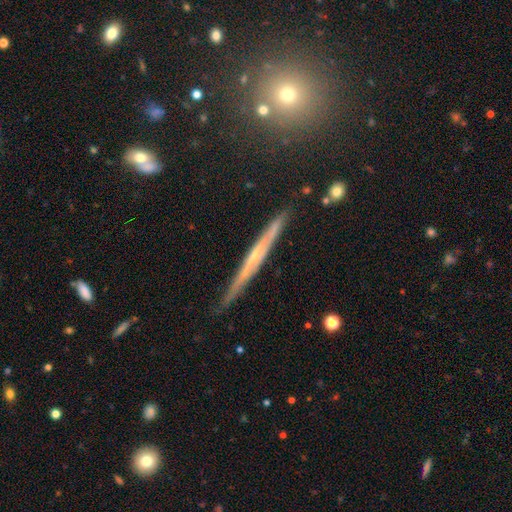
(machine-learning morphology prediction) This appears to be a featured or disk galaxy (70%) viewed edge-on (96%) with no central bulge (53%). Merging: none (85%).